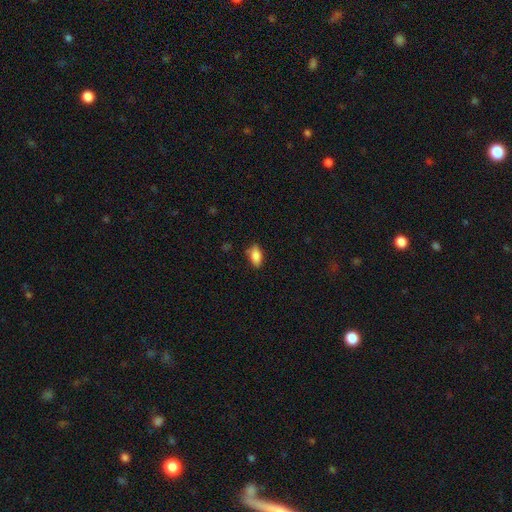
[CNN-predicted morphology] Smooth or featured? smooth (87%)
How rounded? in between (90%)
Merging? none (78%)